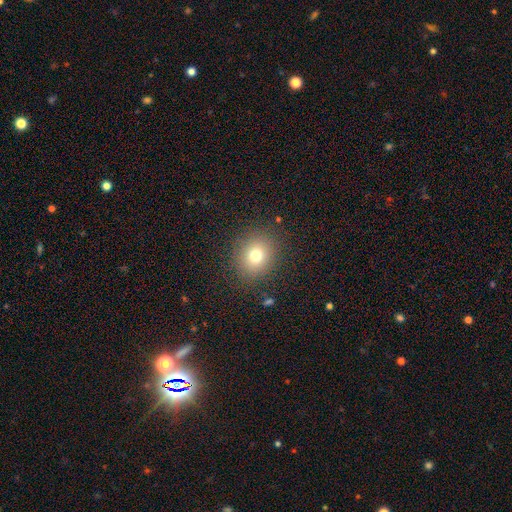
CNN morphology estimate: This is likely a smooth galaxy (74%). How rounded: likely round (76%). Merging: clearly none (87%).